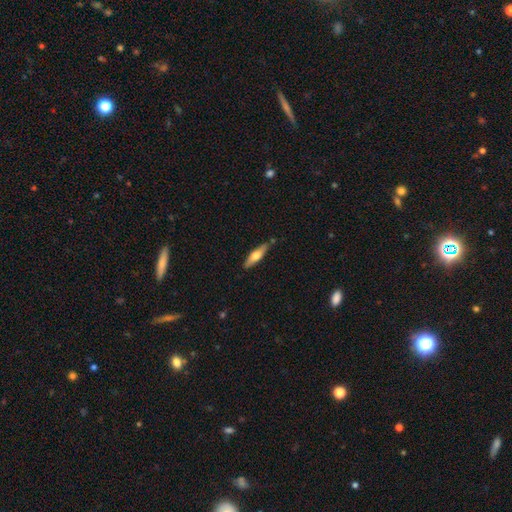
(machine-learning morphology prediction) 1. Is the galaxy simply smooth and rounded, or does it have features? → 53% smooth, 41% featured or disk, 6% star or artifact.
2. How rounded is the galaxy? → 70% cigar-shaped, 28% in between, 2% round.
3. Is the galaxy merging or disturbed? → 82% none, 13% minor disturbance, 3% merger, 2% major disturbance.